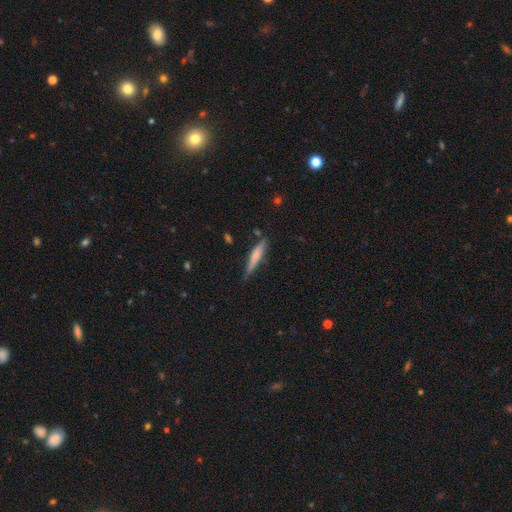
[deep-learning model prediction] A smooth galaxy with no disk features (62%) that is cigar-shaped (90%).

Vote fractions:
- Smooth or featured? smooth: 62% / featured or disk: 32% / star or artifact: 6%
- How rounded? cigar-shaped: 90% / in between: 9% / round: 2%
- Merging? none: 69% / minor disturbance: 23% / major disturbance: 4% / merger: 3%